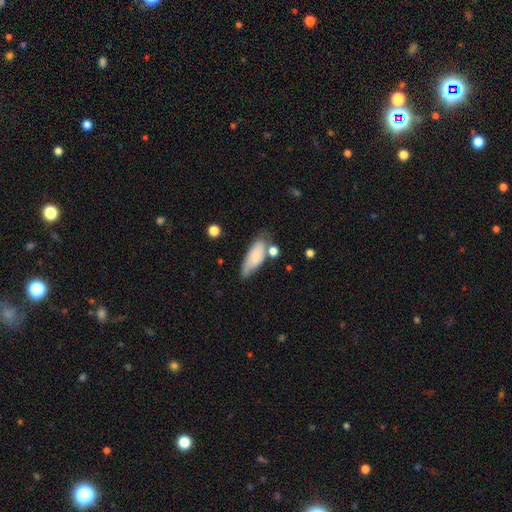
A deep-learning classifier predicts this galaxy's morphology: Smooth or featured? smooth (73%)
How rounded? in between (76%)
Merging? none (53%)